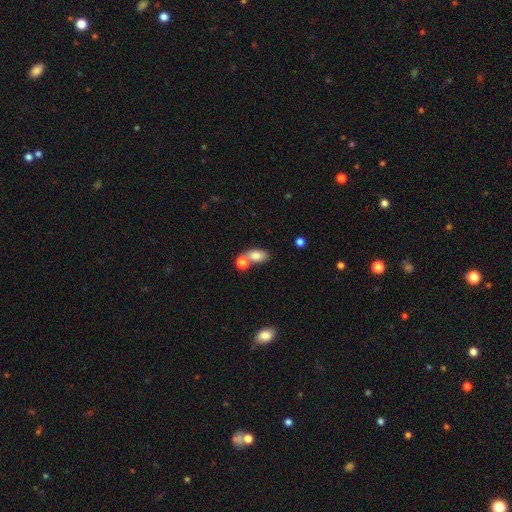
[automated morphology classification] A smooth galaxy with no disk features (80%) that is in between round and cigar-shaped (85%).

Vote fractions:
- Smooth or featured? smooth: 80% / featured or disk: 11% / star or artifact: 9%
- How rounded? in between: 85% / round: 12% / cigar-shaped: 3%
- Merging? none: 47% / merger: 37% / minor disturbance: 11% / major disturbance: 4%